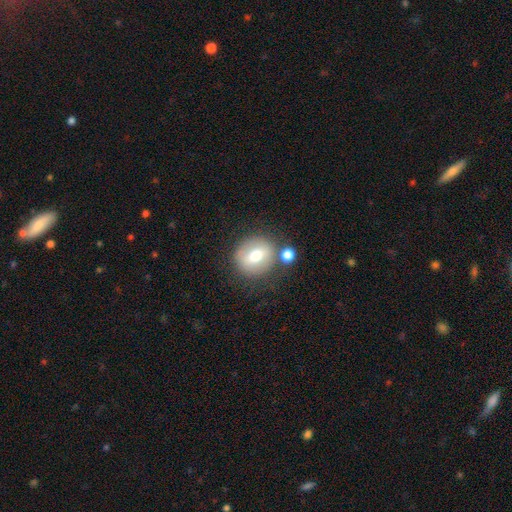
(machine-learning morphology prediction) Overall: smooth (63%; featured or disk 28%). How rounded: round (81%). Merging: none (72%).